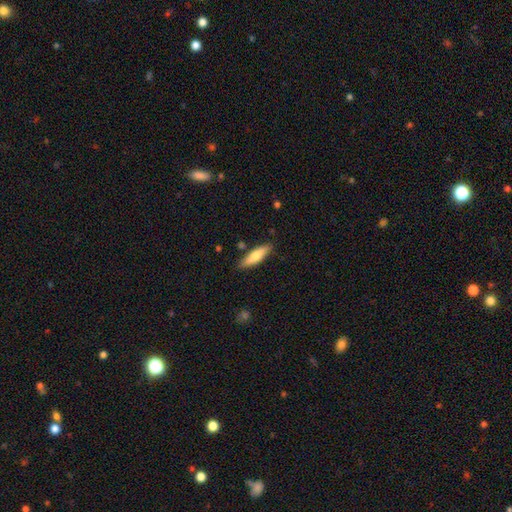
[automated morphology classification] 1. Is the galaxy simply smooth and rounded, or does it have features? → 69% smooth, 25% featured or disk, 6% star or artifact.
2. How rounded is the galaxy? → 64% cigar-shaped, 35% in between, 2% round.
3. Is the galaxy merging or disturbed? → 83% none, 11% minor disturbance, 3% merger, 2% major disturbance.